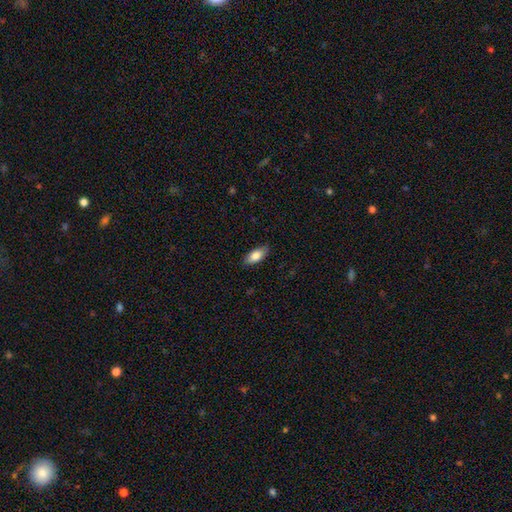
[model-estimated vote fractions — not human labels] Smooth or featured? smooth (81%)
How rounded? in between (86%)
Merging? none (85%)